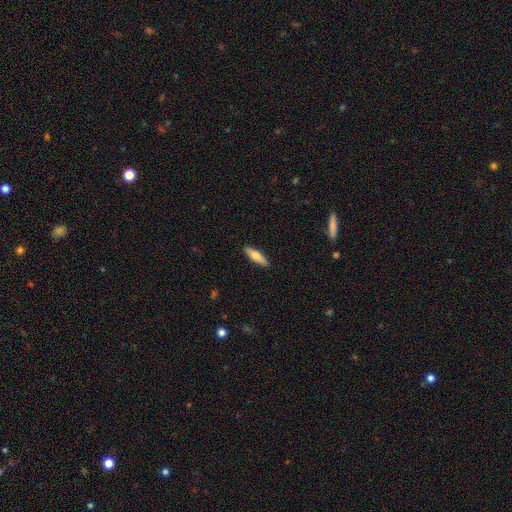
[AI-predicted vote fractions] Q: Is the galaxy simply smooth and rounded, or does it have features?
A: smooth — 63%.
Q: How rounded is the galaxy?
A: cigar-shaped — 62%.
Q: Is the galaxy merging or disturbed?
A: none — 90%.